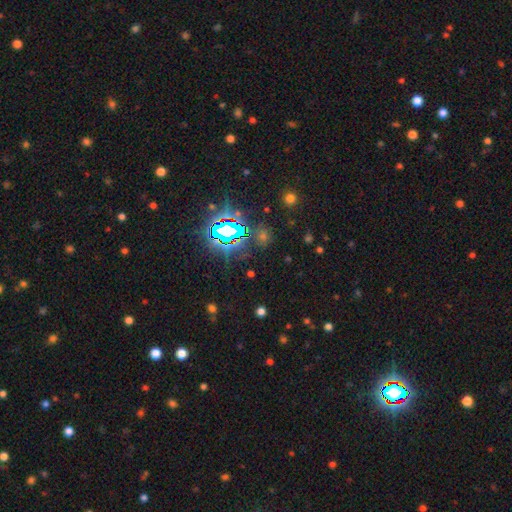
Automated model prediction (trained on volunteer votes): Morphology: type=star or artifact (82%).